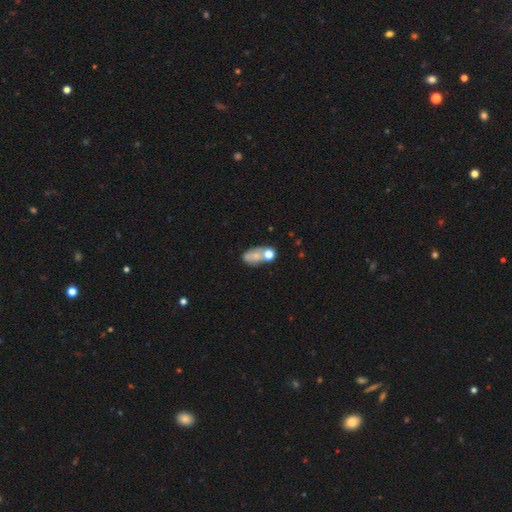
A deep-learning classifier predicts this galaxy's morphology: This is possibly a smooth galaxy (59%). How rounded: likely in between (78%). Merging: marginally none (35%).